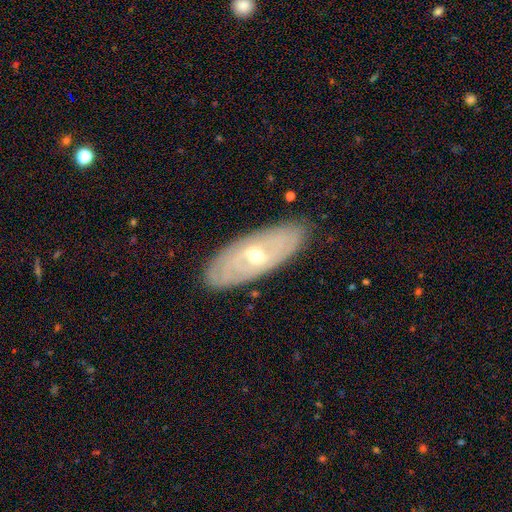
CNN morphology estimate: A featured or disk galaxy (73%) with no bar (60%), spiral arms (63%) and a moderate central bulge (65%). Merging: none (86%).